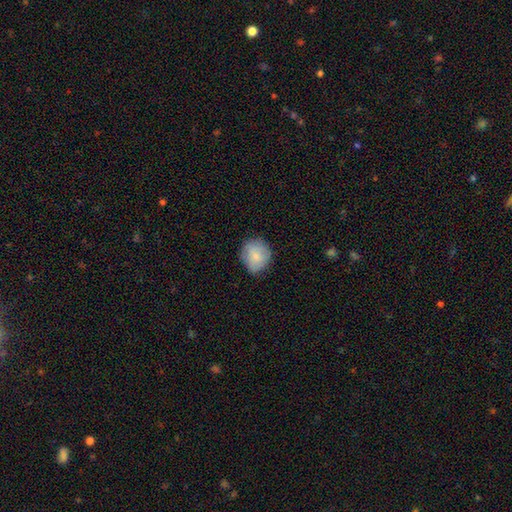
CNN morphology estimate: The model was most divided on "how rounded": round: 70%, in between: 29%, cigar-shaped: 1%. More confident: smooth or featured — smooth (79%); merging — none (74%).